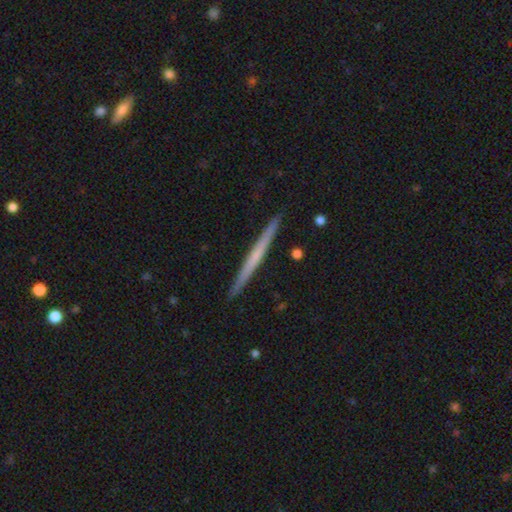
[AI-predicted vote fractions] Smooth or featured? featured or disk (54%)
Edge-on disk? yes (98%)
Edge-on bulge? none (82%)
Merging? none (93%)